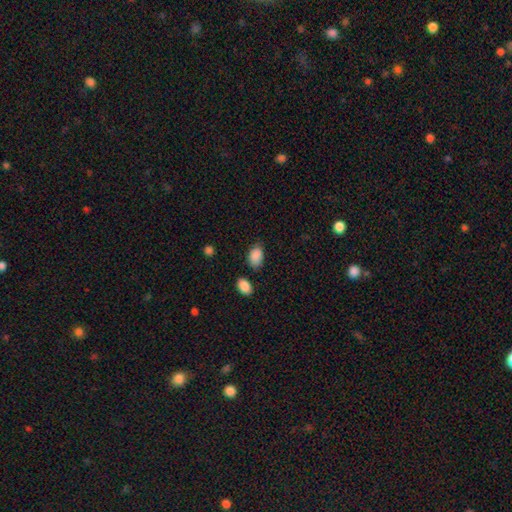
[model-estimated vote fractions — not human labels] Q: Smooth or featured?
A: smooth (89%); runner-up: star or artifact (7%)
Q: How rounded?
A: in between (87%); runner-up: round (12%)
Q: Merging?
A: none (72%); runner-up: minor disturbance (19%)